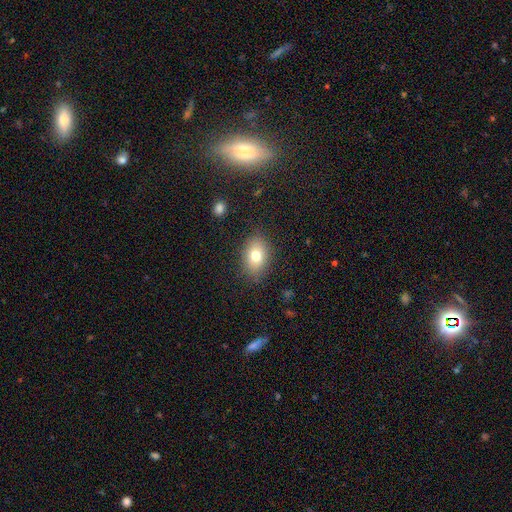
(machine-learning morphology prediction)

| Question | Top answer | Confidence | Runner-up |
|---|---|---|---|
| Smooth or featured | smooth | 76% | featured or disk (14%) |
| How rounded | in between | 77% | round (21%) |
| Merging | none | 85% | minor disturbance (11%) |